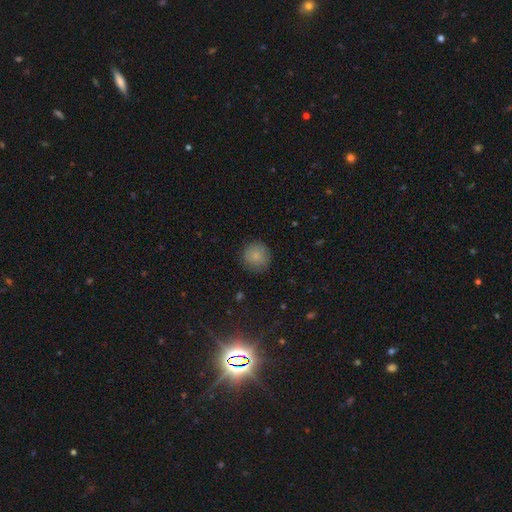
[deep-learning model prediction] This appears to be a smooth galaxy with no disk features (84%) that is round (94%). Merging: none (85%).